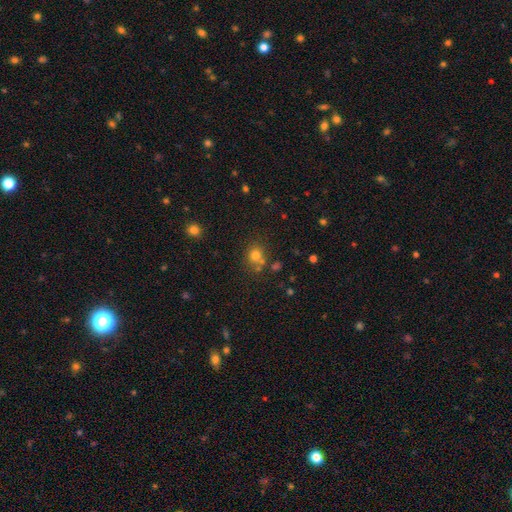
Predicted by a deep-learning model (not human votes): smooth-or-featured: smooth: 74% | star or artifact: 17% | featured or disk: 9%
  how-rounded: round: 81% | in between: 18% | cigar-shaped: 1%
  merging: none: 65% | merger: 19% | minor disturbance: 11% | major disturbance: 4%